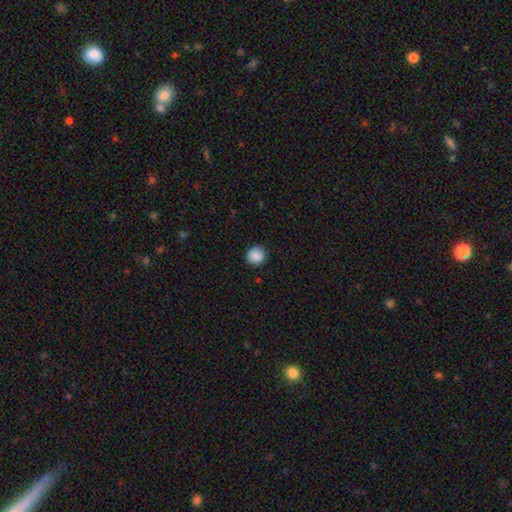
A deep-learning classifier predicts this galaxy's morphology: The model was most divided on "merging": none: 87%, minor disturbance: 9%, major disturbance: 2%, merger: 1%. More confident: how rounded — round (91%); smooth or featured — smooth (89%).